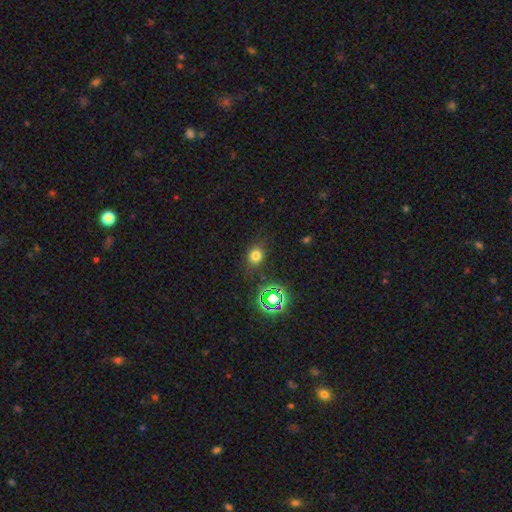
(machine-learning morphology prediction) Smooth or featured?
  - smooth: 70% *
  - star or artifact: 23%
  - featured or disk: 7%
How rounded?
  - round: 63% *
  - in between: 36%
  - cigar-shaped: 1%
Merging?
  - none: 81% *
  - minor disturbance: 12%
  - major disturbance: 4%
  - merger: 2%